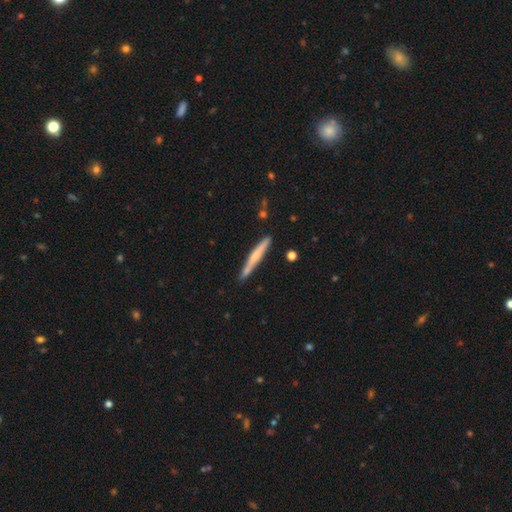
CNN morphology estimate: Smooth or featured?
  - featured or disk: 50% *
  - smooth: 44%
  - star or artifact: 6%
Merging?
  - none: 85% *
  - minor disturbance: 11%
  - merger: 3%
  - major disturbance: 2%